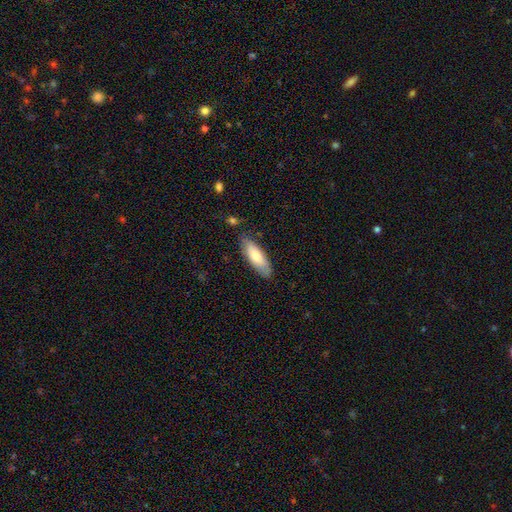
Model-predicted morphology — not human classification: smooth-or-featured: smooth: 73% | featured or disk: 21% | star or artifact: 6%
  how-rounded: in between: 60% | cigar-shaped: 38% | round: 2%
  merging: none: 81% | minor disturbance: 14% | major disturbance: 3% | merger: 2%